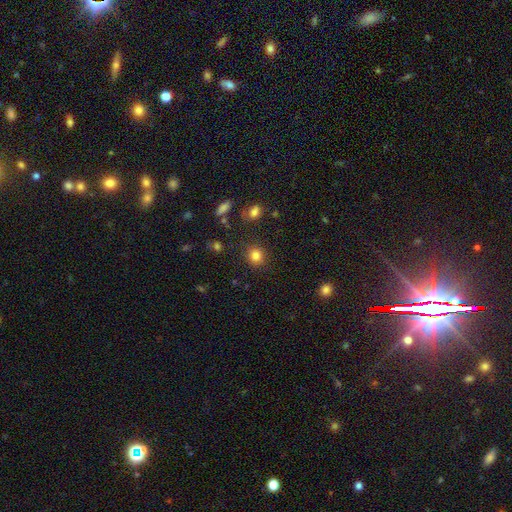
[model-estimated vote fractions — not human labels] A smooth galaxy with no disk features (82%) that is round (87%). Merging: none (88%).